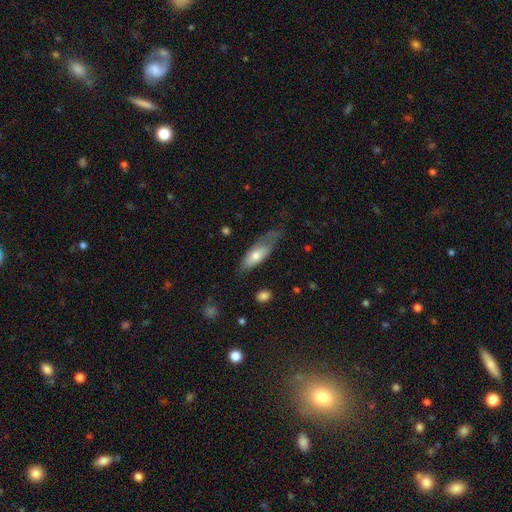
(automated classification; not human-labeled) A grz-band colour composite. It shows a smooth galaxy with no disk features (66%) that is in between round and cigar-shaped (67%). Merging: none (39%).